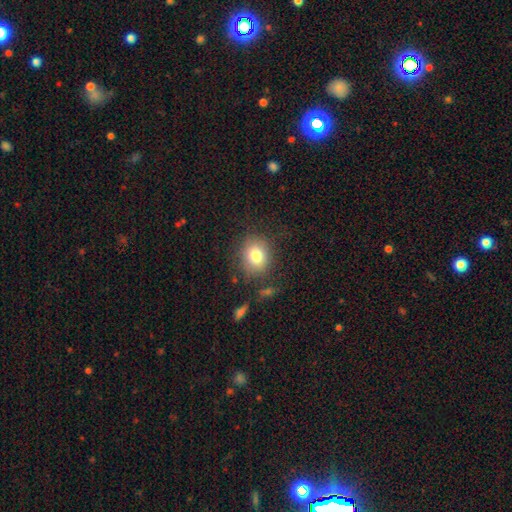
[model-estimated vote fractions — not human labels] Morphology: type=smooth (80%); roundness=round (66%); merging=none (79%).